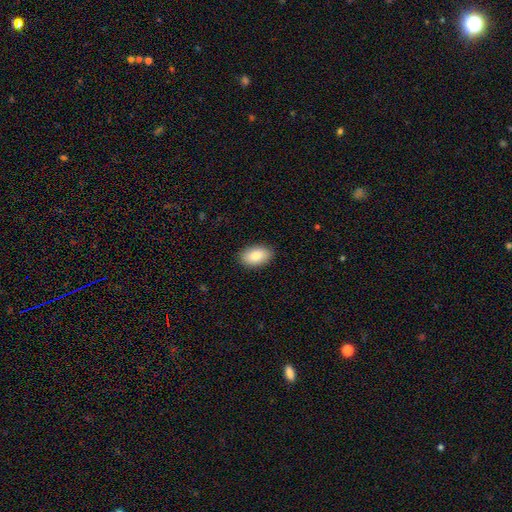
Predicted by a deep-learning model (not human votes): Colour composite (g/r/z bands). It shows a smooth galaxy with no disk features (86%) that is in between round and cigar-shaped (94%). Merging: none (89%).